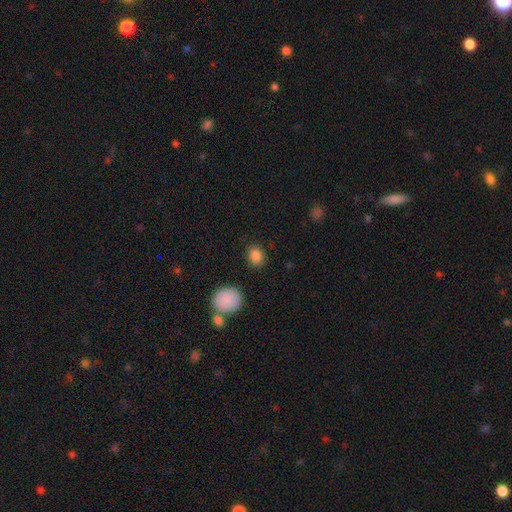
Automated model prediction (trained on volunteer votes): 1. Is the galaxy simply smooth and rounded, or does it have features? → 87% smooth, 9% star or artifact, 4% featured or disk.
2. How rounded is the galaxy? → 50% round, 48% in between, 1% cigar-shaped.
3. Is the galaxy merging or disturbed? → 86% none, 9% minor disturbance, 3% major disturbance, 2% merger.